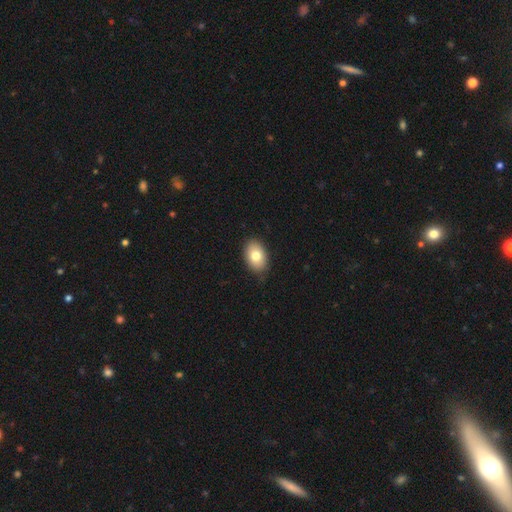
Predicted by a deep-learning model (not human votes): Smooth or featured: smooth — 78% (featured or disk — 14%)
How rounded: in between — 86% (round — 13%)
Merging: none — 85% (minor disturbance — 12%)